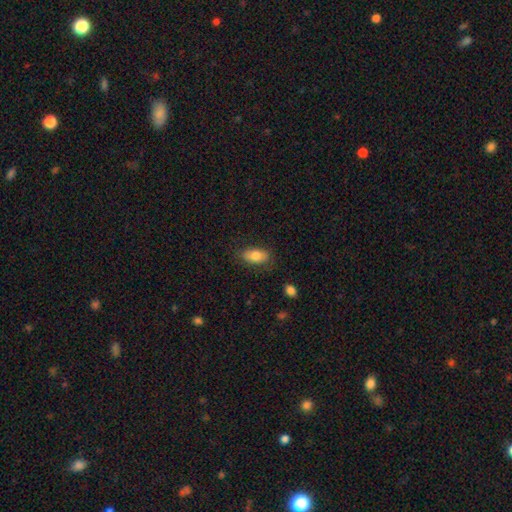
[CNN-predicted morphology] Smooth or featured? Predicted: smooth (p=0.79). How rounded? Predicted: in between (p=0.91). Merging? Predicted: none (p=0.78).